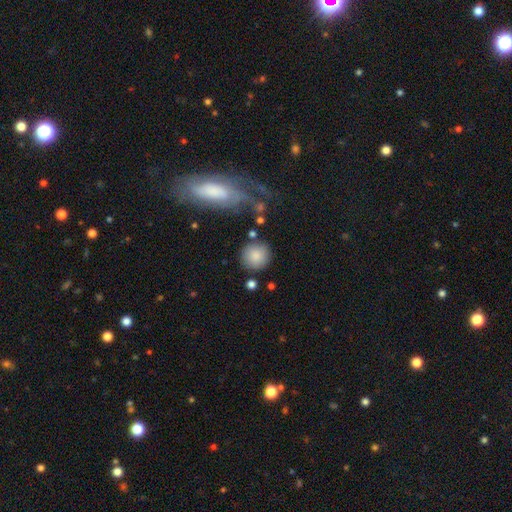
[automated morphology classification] type=smooth (85%); roundness=round (91%); merging=none (82%).